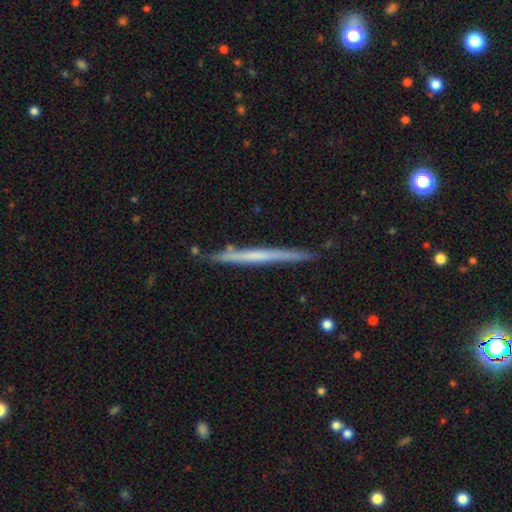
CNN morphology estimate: Smooth or featured? featured or disk (57%)
Edge-on disk? yes (97%)
Edge-on bulge? none (84%)
Merging? none (86%)